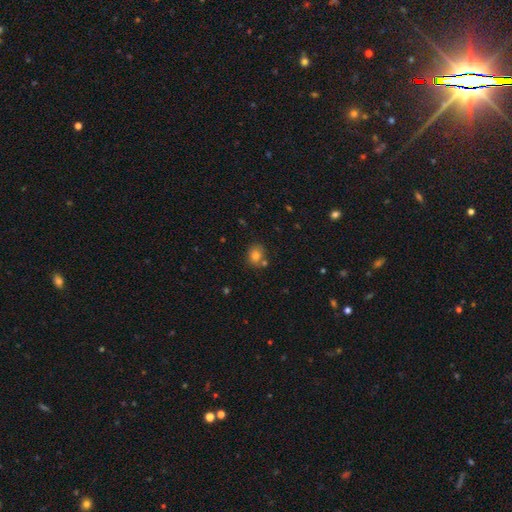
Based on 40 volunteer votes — A smooth galaxy with no disk features (82%) that is round (73%). Merging: none (72%).